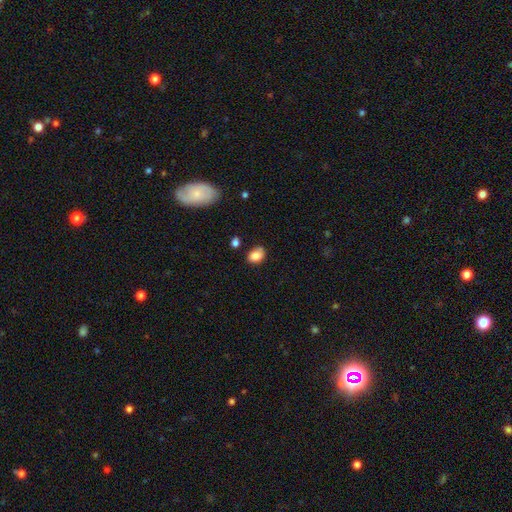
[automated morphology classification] This appears to be a smooth galaxy with no disk features (84%) that is in between round and cigar-shaped (70%). Merging: none (68%).